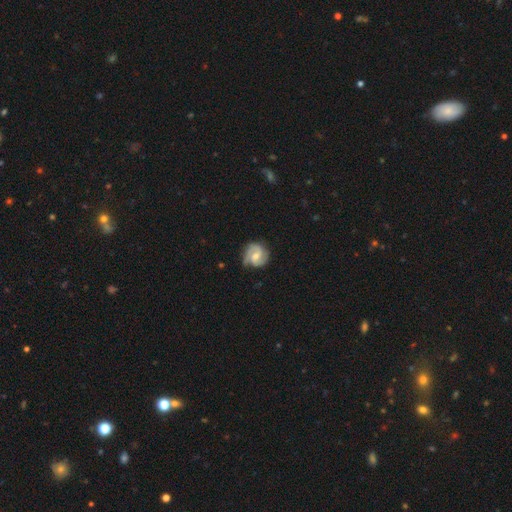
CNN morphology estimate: Q: Smooth or featured?
A: featured or disk (78%); runner-up: smooth (16%)
Q: Edge-on disk?
A: no (98%); runner-up: yes (2%)
Q: Bar?
A: weak (46%); runner-up: no (44%)
Q: Spiral arms?
A: yes (96%); runner-up: no (4%)
Q: Spiral winding?
A: medium (44%); runner-up: tight (41%)
Q: Spiral arm count?
A: 2 (70%); runner-up: 3 (14%)
Q: Bulge size?
A: moderate (58%); runner-up: small (37%)
Q: Merging?
A: none (73%); runner-up: minor disturbance (20%)